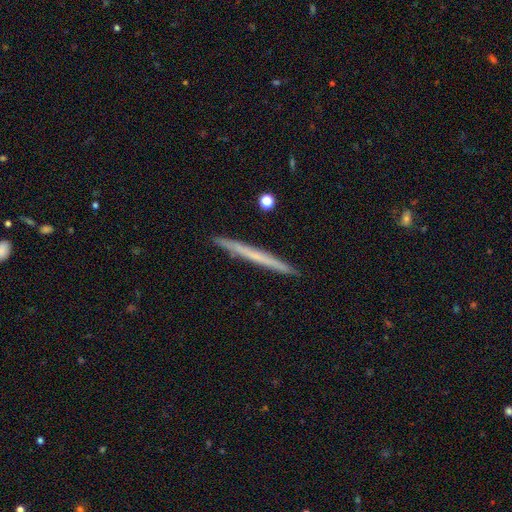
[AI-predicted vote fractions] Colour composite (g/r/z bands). It shows a smooth galaxy with no disk features (49%). Merging: none (92%).